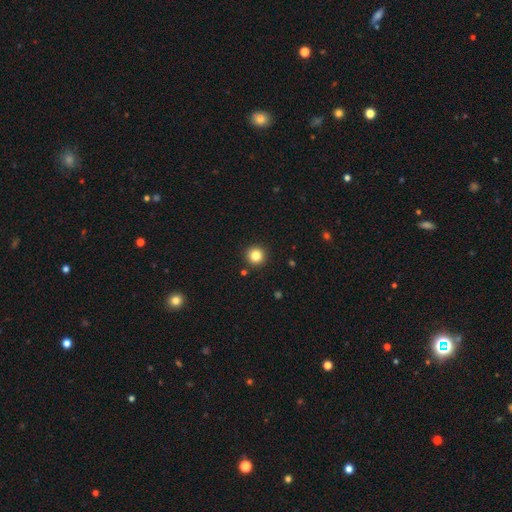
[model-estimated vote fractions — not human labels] Overall: smooth (83%). How rounded: round (95%). Merging: none (92%).